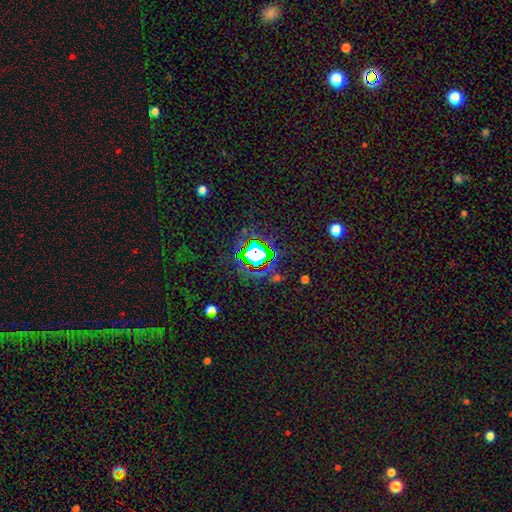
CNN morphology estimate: Overall: star or artifact (70%).